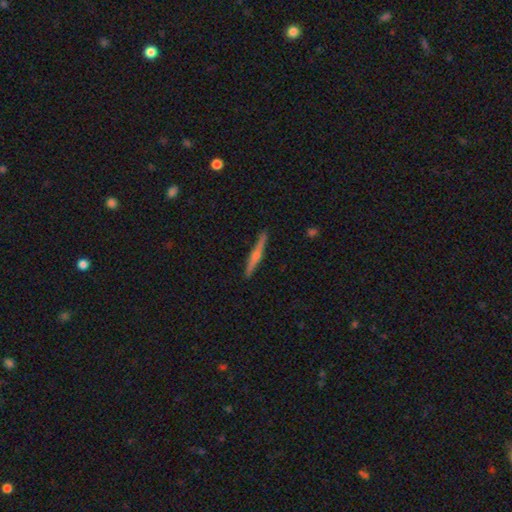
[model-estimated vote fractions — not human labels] A featured or disk galaxy (71%) viewed edge-on (98%) with a rounded central bulge (86%).

Vote fractions:
- Smooth or featured? featured or disk: 71% / smooth: 23% / star or artifact: 6%
- Edge-on disk? yes: 98% / no: 2%
- Edge-on bulge? rounded: 86% / none: 9% / boxy: 5%
- Merging? none: 91% / minor disturbance: 7% / major disturbance: 1% / merger: 1%